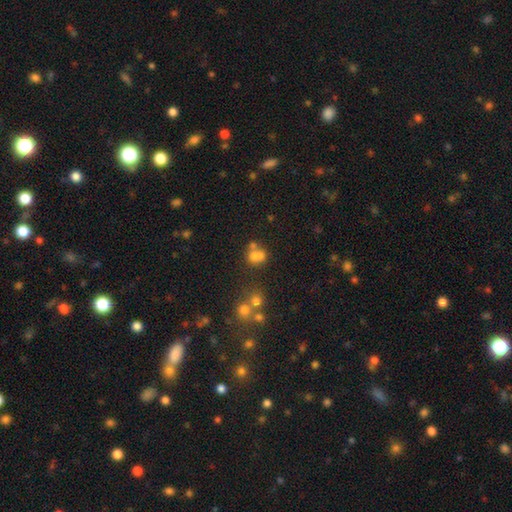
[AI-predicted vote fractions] Smooth or featured? smooth (65%)
How rounded? round (64%)
Merging? merger (46%)